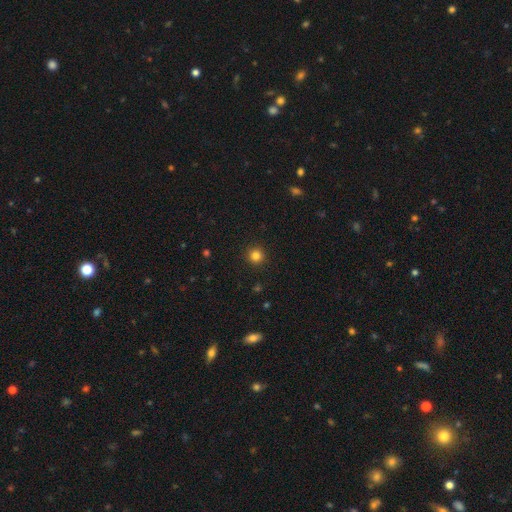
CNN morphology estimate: smooth-or-featured: smooth: 83% | star or artifact: 13% | featured or disk: 4%
  how-rounded: round: 95% | in between: 4% | cigar-shaped: 1%
  merging: none: 93% | minor disturbance: 5% | major disturbance: 2% | merger: 1%